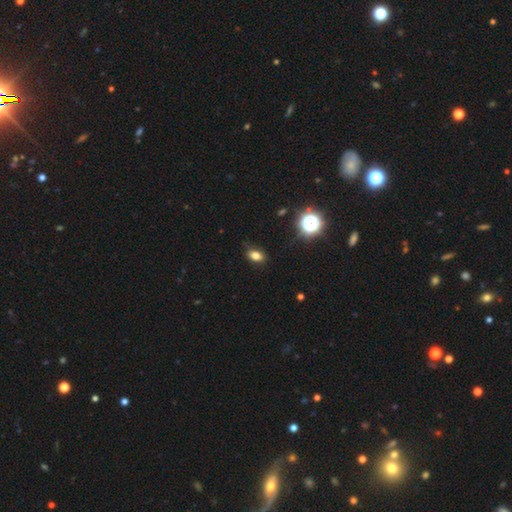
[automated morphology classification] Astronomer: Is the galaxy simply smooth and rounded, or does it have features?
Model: smooth — 78%.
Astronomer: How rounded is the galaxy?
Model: in between — 82%.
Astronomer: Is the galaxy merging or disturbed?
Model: none — 82%.